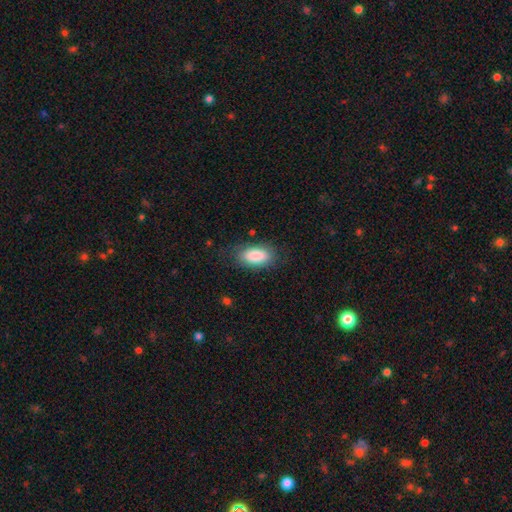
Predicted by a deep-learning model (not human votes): Q: Smooth or featured?
A: smooth (86%); runner-up: featured or disk (7%)
Q: How rounded?
A: in between (92%); runner-up: cigar-shaped (4%)
Q: Merging?
A: none (78%); runner-up: minor disturbance (15%)